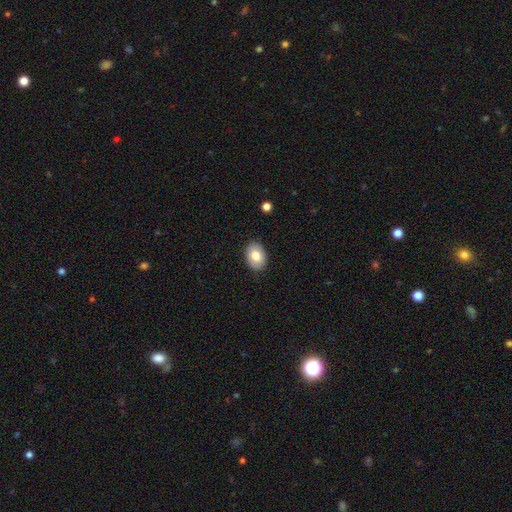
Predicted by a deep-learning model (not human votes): Smooth or featured? Predicted: smooth (p=0.79). How rounded? Predicted: in between (p=0.80). Merging? Predicted: none (p=0.89).